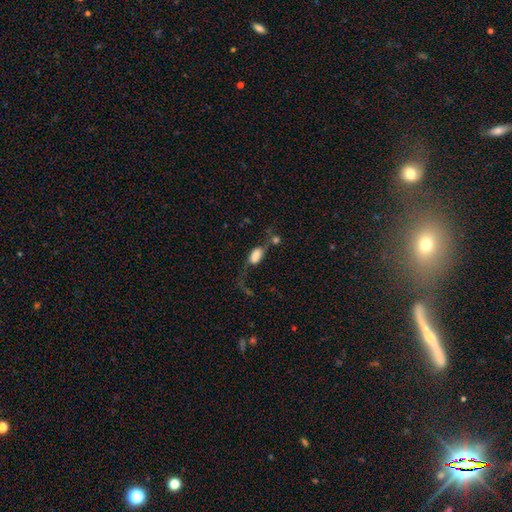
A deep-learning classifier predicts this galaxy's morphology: Q: Smooth or featured?
A: smooth (70%); runner-up: featured or disk (21%)
Q: How rounded?
A: in between (88%); runner-up: round (7%)
Q: Merging?
A: major disturbance (35%); runner-up: none (27%)